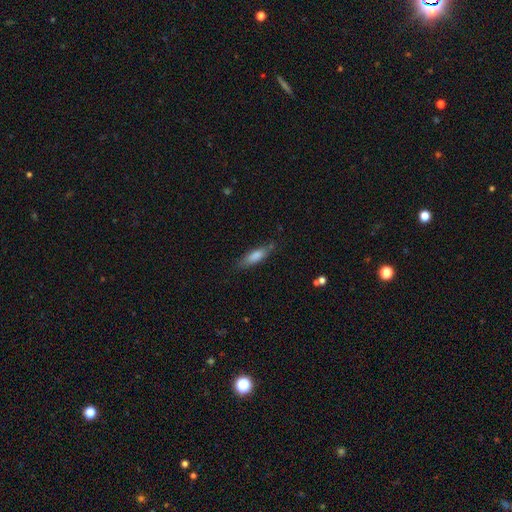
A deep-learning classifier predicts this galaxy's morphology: This is likely a smooth galaxy (78%). How rounded: possibly cigar-shaped (55%). Merging: likely none (74%).